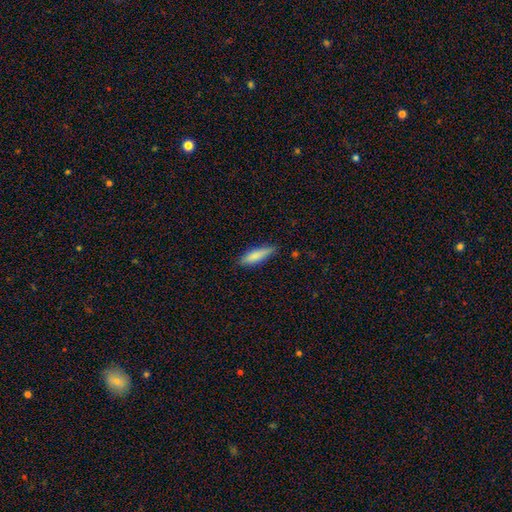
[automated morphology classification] This is clearly a smooth galaxy (81%). How rounded: likely cigar-shaped (66%). Merging: clearly none (80%).